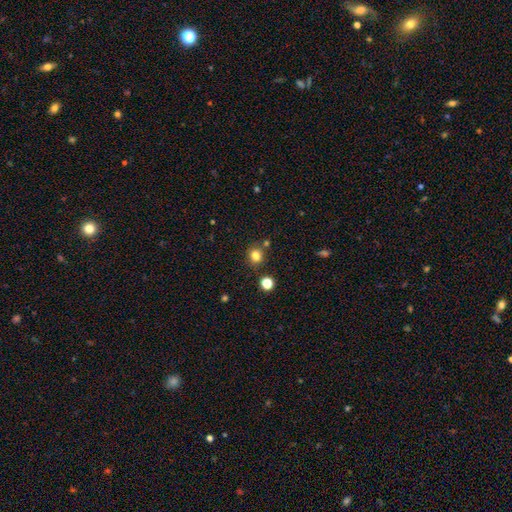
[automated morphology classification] smooth 80%, star or artifact 14%, featured or disk 6%. Down the decision tree: how rounded — round (86%); merging — none (80%).